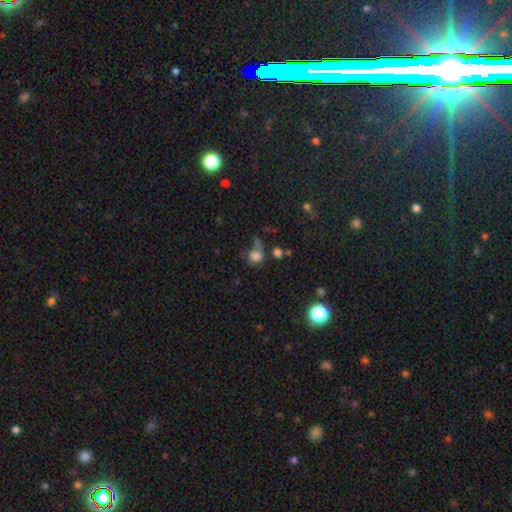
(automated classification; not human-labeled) smooth 71%, star or artifact 15%, featured or disk 14%. Down the decision tree: how rounded — round (74%); merging — none (36%).